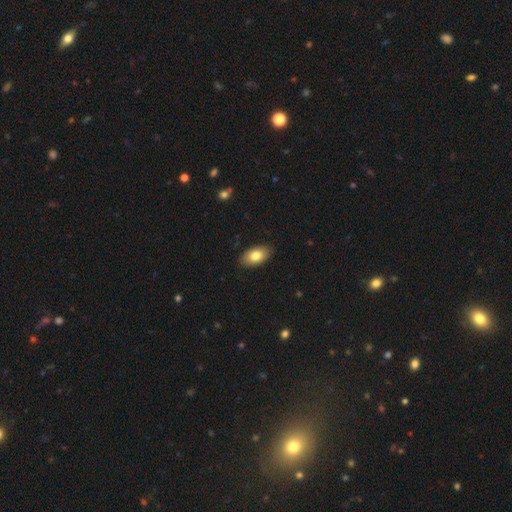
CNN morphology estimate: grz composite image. It shows a smooth galaxy with no disk features (81%) that is in between round and cigar-shaped (93%). Merging: none (88%).